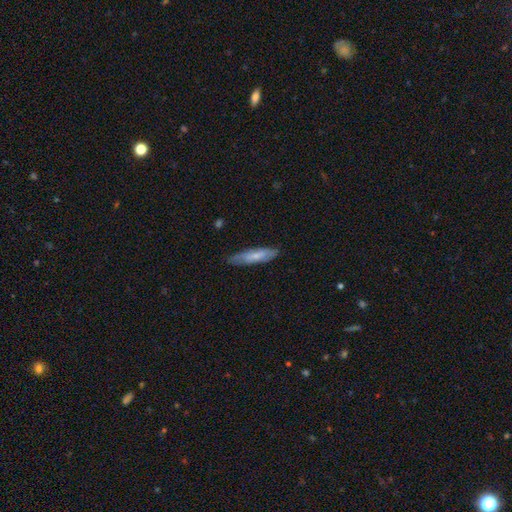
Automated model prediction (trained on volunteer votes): smooth-or-featured: smooth: 60% | featured or disk: 34% | star or artifact: 6%
  how-rounded: cigar-shaped: 72% | in between: 26% | round: 2%
  merging: none: 79% | minor disturbance: 17% | major disturbance: 3% | merger: 1%